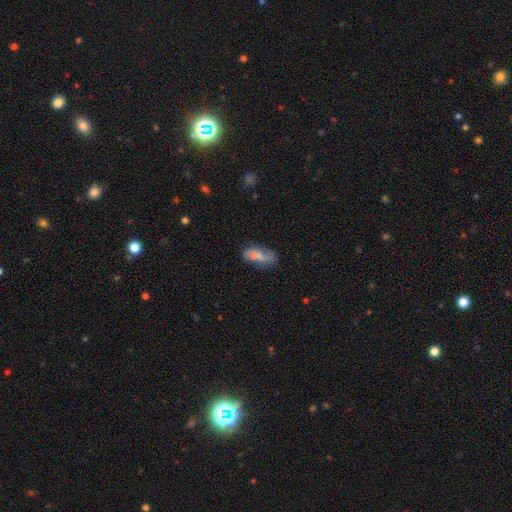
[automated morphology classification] The model was most divided on "smooth or featured": smooth: 49%, featured or disk: 40%, star or artifact: 12%. More confident: merging — none (57%).